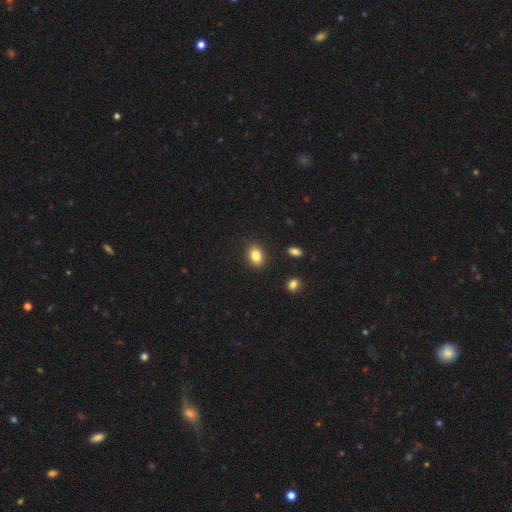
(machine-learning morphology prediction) A smooth galaxy with no disk features (84%) that is in between round and cigar-shaped (72%). Merging: none (88%).